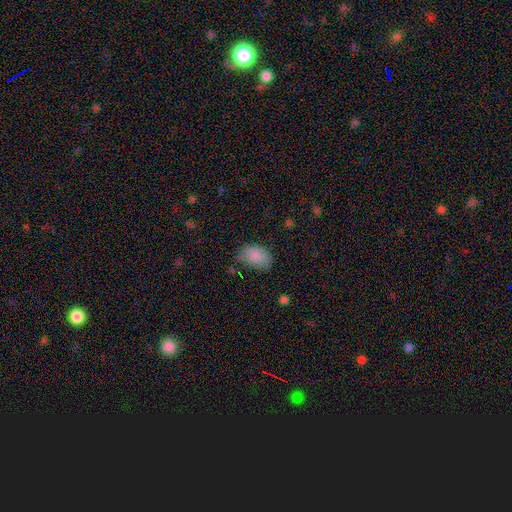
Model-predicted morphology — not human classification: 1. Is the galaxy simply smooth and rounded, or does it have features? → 85% smooth, 8% star or artifact, 7% featured or disk.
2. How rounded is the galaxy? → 87% in between, 12% round, 1% cigar-shaped.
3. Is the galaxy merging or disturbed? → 62% none, 28% minor disturbance, 7% major disturbance, 3% merger.